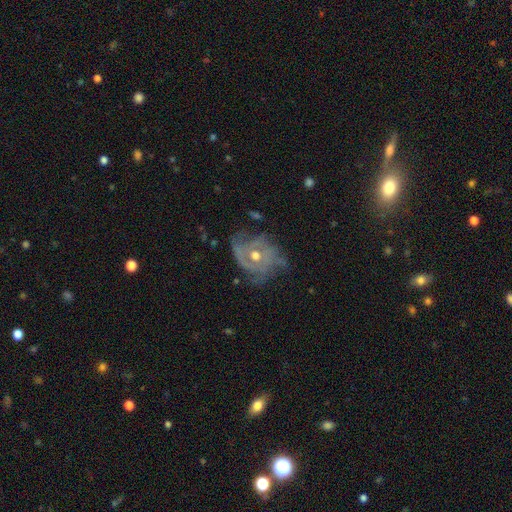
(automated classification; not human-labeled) Morphology: type=featured or disk (79%); edge-on=no (97%); bar=no (80%); spiral arms=yes (80%); winding=tight (48%); arm count=can't tell (38%); bulge=moderate (72%); merging=none (52%).